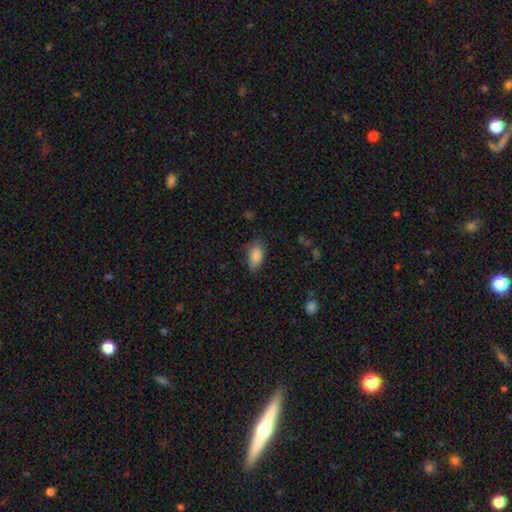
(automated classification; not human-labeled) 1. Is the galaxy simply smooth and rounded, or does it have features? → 86% smooth, 8% star or artifact, 7% featured or disk.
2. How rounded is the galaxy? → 91% in between, 6% round, 4% cigar-shaped.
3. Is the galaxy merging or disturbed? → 70% none, 24% minor disturbance, 5% major disturbance, 1% merger.